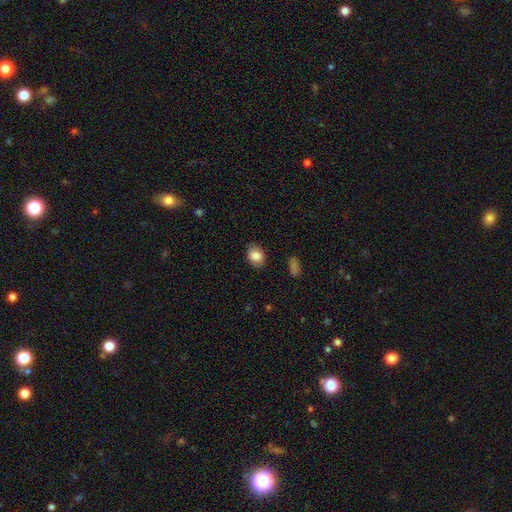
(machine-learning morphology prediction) Q: Smooth or featured?
A: smooth (85%); runner-up: star or artifact (9%)
Q: How rounded?
A: in between (57%); runner-up: round (42%)
Q: Merging?
A: none (84%); runner-up: minor disturbance (11%)